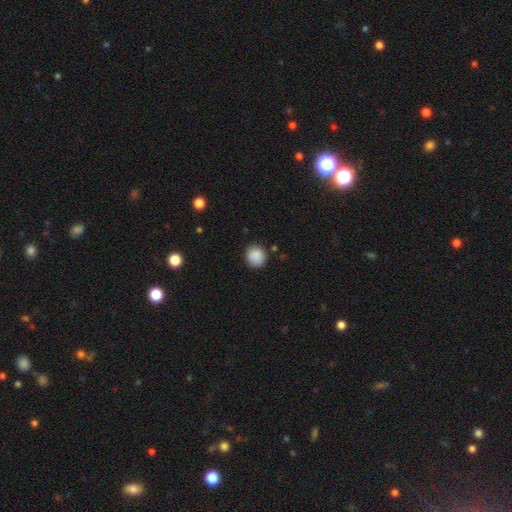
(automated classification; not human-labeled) Overall: smooth (88%). How rounded: round (89%). Merging: none (87%).